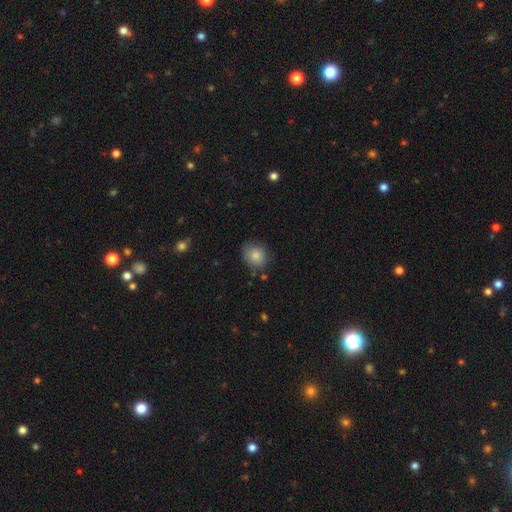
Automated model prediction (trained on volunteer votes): Smooth or featured: smooth — 84% (star or artifact — 9%)
How rounded: round — 73% (in between — 26%)
Merging: none — 78% (minor disturbance — 16%)